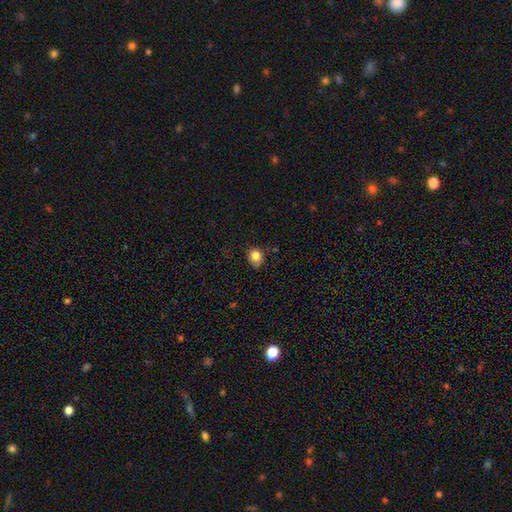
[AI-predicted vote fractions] smooth_or_featured: smooth (p=0.82) [alt: star or artifact p=0.11]
how_rounded: round (p=0.67) [alt: in between p=0.32]
merging: none (p=0.70) [alt: minor disturbance p=0.24]